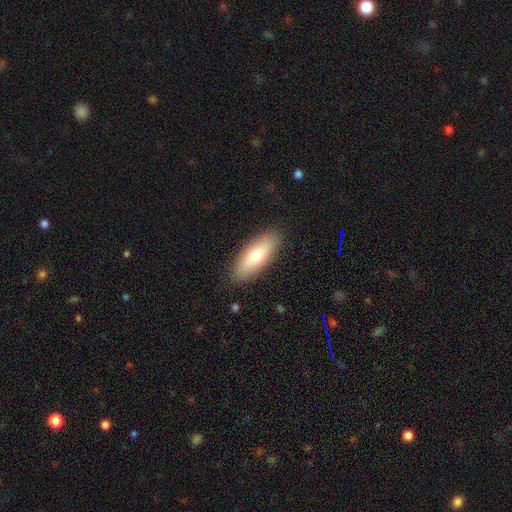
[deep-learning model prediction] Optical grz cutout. It shows a smooth galaxy with no disk features (74%) that is in between round and cigar-shaped (72%). Merging: none (87%).